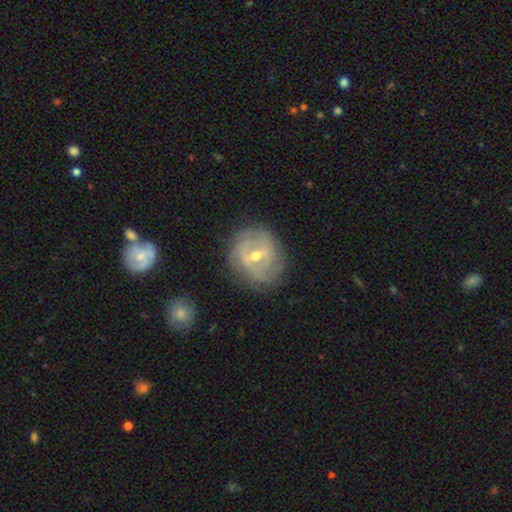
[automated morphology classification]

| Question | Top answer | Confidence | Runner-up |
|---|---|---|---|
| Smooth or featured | featured or disk | 75% | smooth (18%) |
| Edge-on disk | no | 96% | yes (4%) |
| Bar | weak | 53% | strong (28%) |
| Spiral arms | yes | 78% | no (22%) |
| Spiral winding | tight | 61% | medium (28%) |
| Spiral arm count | can't tell | 42% | 2 (32%) |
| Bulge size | moderate | 60% | small (37%) |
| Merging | none | 74% | minor disturbance (18%) |